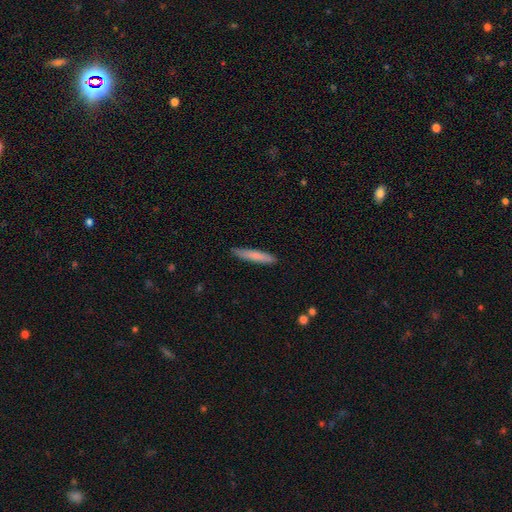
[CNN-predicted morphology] Smooth or featured?
  - smooth: 76% *
  - featured or disk: 19%
  - star or artifact: 6%
How rounded?
  - cigar-shaped: 92% *
  - in between: 7%
  - round: 1%
Merging?
  - none: 89% *
  - minor disturbance: 9%
  - major disturbance: 1%
  - merger: 1%